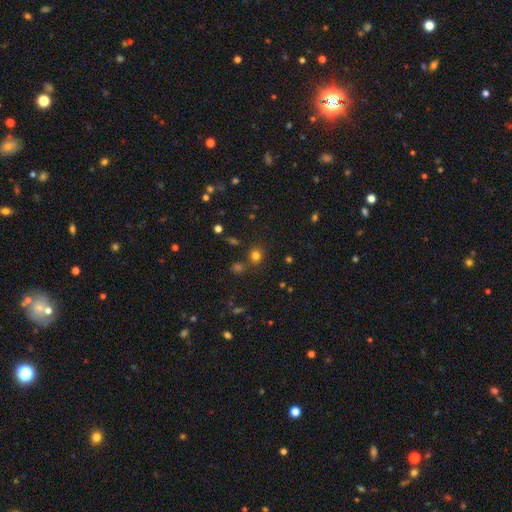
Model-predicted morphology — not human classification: This appears to be a smooth galaxy with no disk features (73%) that is round (84%). Merging: none (79%).